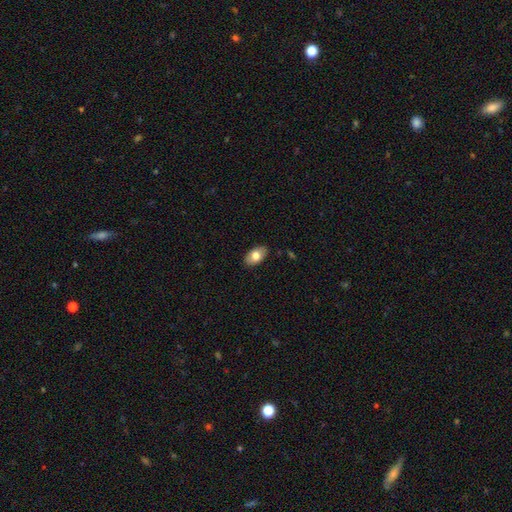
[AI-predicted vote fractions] Q: Smooth or featured?
A: smooth (77%); runner-up: featured or disk (16%)
Q: How rounded?
A: in between (92%); runner-up: round (6%)
Q: Merging?
A: none (86%); runner-up: minor disturbance (11%)